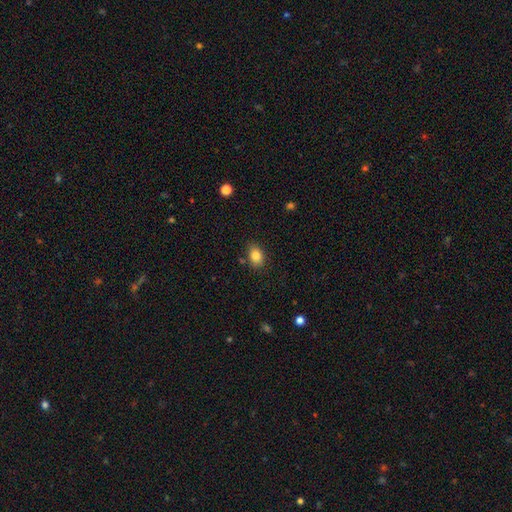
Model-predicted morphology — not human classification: smooth_or_featured: smooth (p=0.83) [alt: star or artifact p=0.09]
how_rounded: in between (p=0.75) [alt: round p=0.24]
merging: none (p=0.81) [alt: minor disturbance p=0.13]